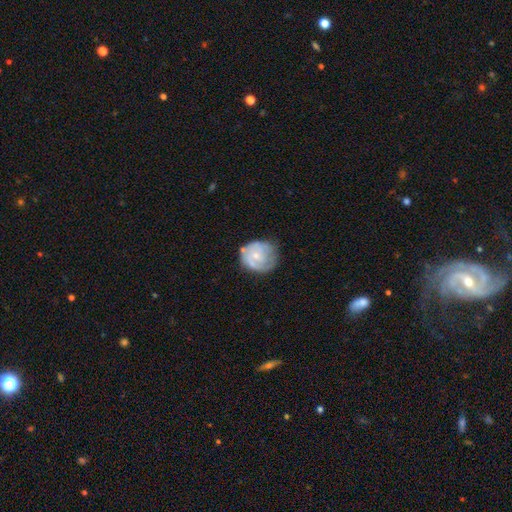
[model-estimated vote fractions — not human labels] A featured or disk galaxy (55%) with no bar (78%), spiral arms (69%) and a small central bulge (64%). Merging: none (55%).